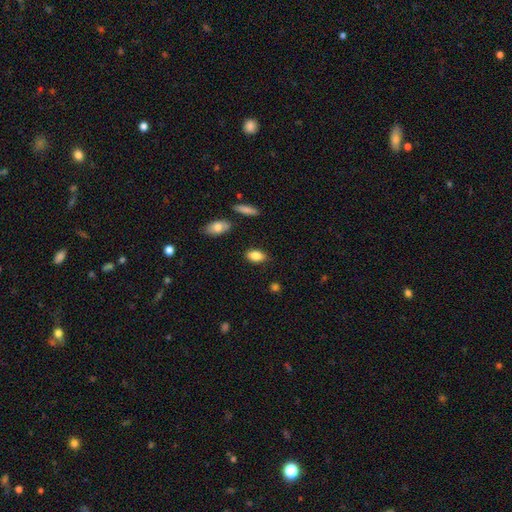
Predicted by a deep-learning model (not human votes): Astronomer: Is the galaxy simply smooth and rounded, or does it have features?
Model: smooth — 84%.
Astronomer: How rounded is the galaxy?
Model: in between — 89%.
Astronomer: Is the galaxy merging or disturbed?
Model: none — 83%.